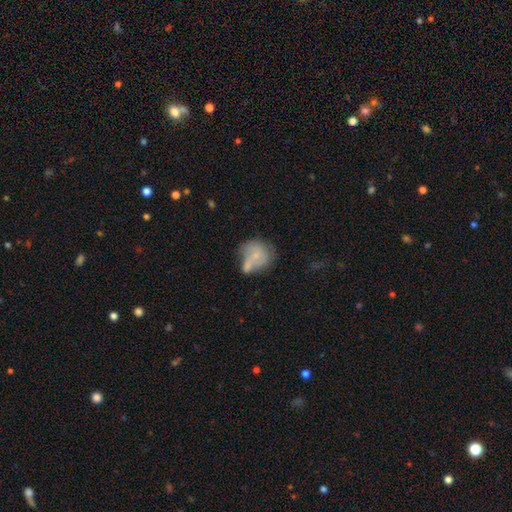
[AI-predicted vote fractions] The model was most divided on "merging": merger: 34%, none: 27%, minor disturbance: 22%, major disturbance: 17%. More confident: how rounded — round (61%); smooth or featured — smooth (58%).